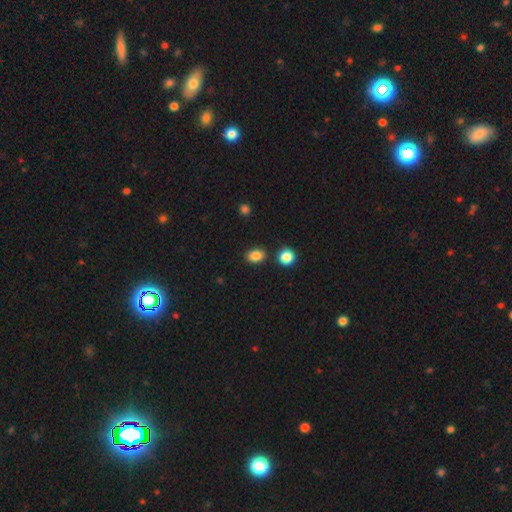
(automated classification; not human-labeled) The model was most divided on "how rounded": in between: 66%, round: 33%, cigar-shaped: 1%. More confident: smooth or featured — smooth (86%); merging — none (84%).